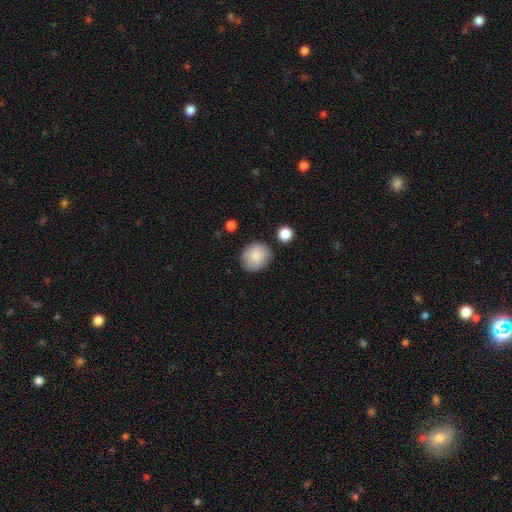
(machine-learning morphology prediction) Smooth or featured? Predicted: smooth (p=0.87). How rounded? Predicted: round (p=0.84). Merging? Predicted: none (p=0.84).